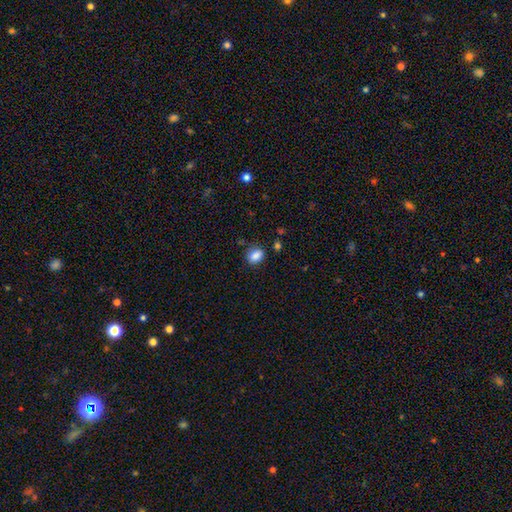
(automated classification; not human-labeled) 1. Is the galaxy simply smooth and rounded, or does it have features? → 87% smooth, 9% star or artifact, 4% featured or disk.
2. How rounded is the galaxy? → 60% in between, 39% round, 1% cigar-shaped.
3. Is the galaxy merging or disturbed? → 80% none, 14% minor disturbance, 3% major disturbance, 3% merger.